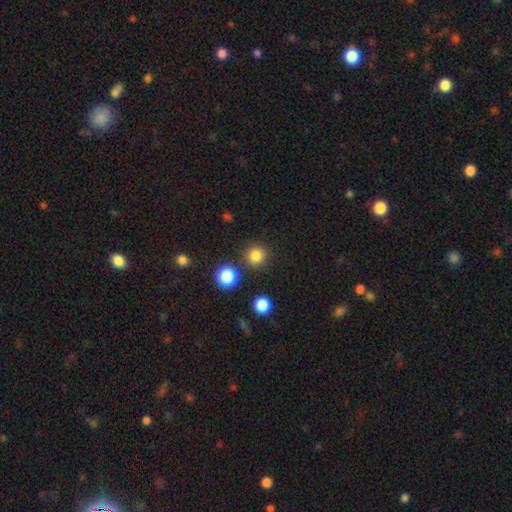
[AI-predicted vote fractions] The model was most divided on "smooth or featured": smooth: 82%, star or artifact: 13%, featured or disk: 4%. More confident: how rounded — round (95%); merging — none (88%).